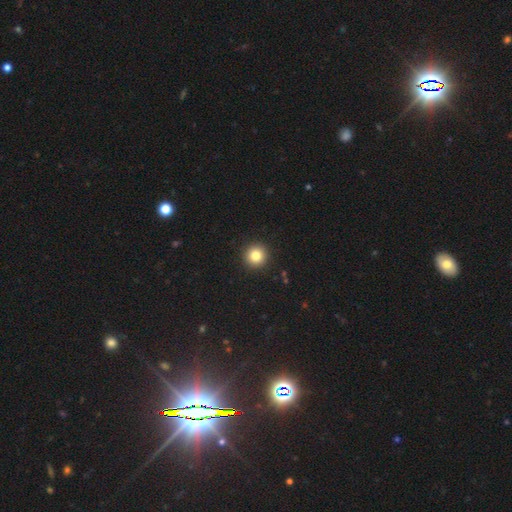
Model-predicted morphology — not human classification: This is clearly a smooth galaxy (83%). How rounded: clearly round (95%). Merging: clearly none (93%).